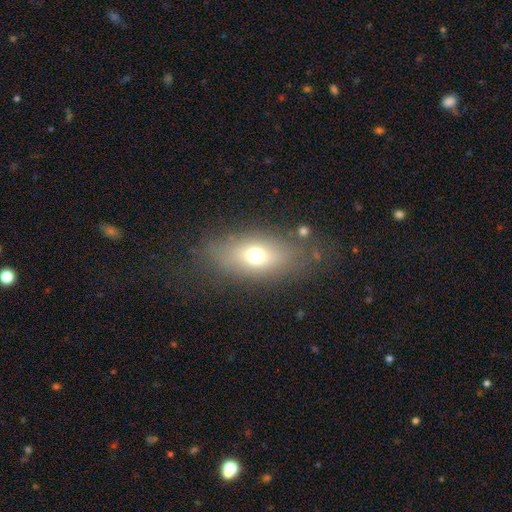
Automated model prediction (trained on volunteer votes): Smooth or featured: smooth — 64% (featured or disk — 23%)
How rounded: in between — 77% (round — 13%)
Merging: none — 75% (minor disturbance — 14%)